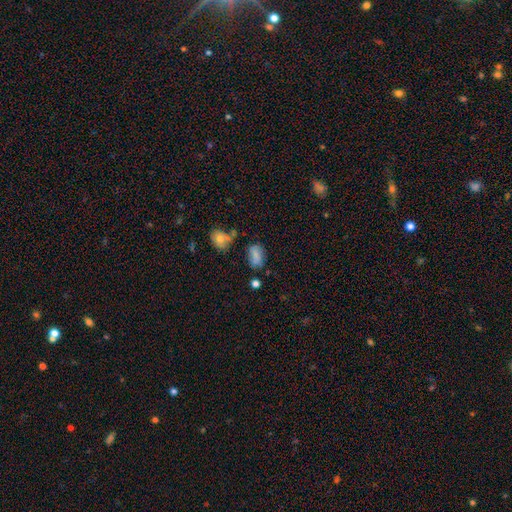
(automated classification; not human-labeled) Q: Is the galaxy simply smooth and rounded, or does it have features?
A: smooth — 74%.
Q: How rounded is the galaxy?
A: in between — 87%.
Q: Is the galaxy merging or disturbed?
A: none — 57%.